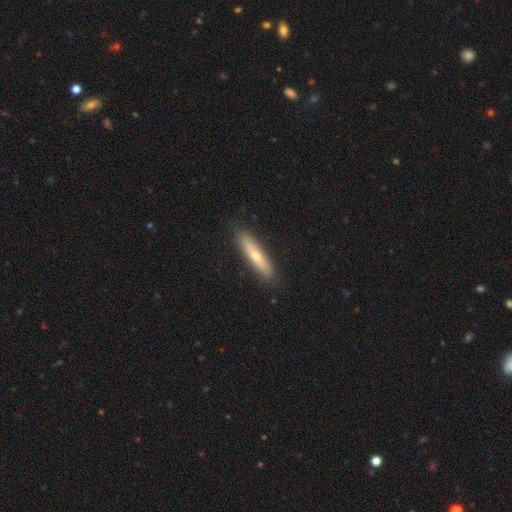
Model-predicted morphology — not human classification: Smooth or featured?
  - smooth: 59% *
  - featured or disk: 35%
  - star or artifact: 6%
How rounded?
  - cigar-shaped: 85% *
  - in between: 13%
  - round: 2%
Merging?
  - none: 89% *
  - minor disturbance: 8%
  - major disturbance: 2%
  - merger: 1%